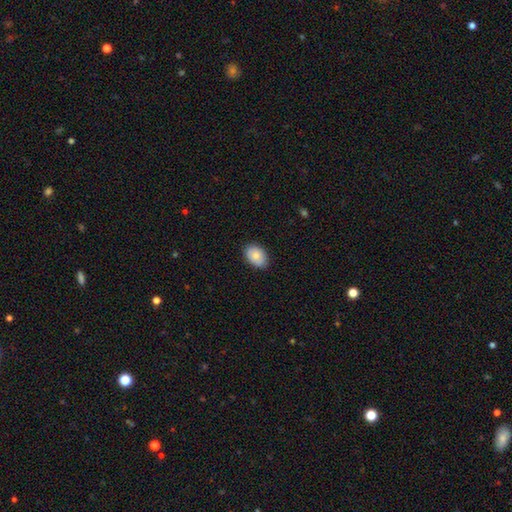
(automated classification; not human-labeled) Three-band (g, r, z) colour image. It shows a smooth galaxy with no disk features (81%) that is in between round and cigar-shaped (84%). Merging: none (86%).